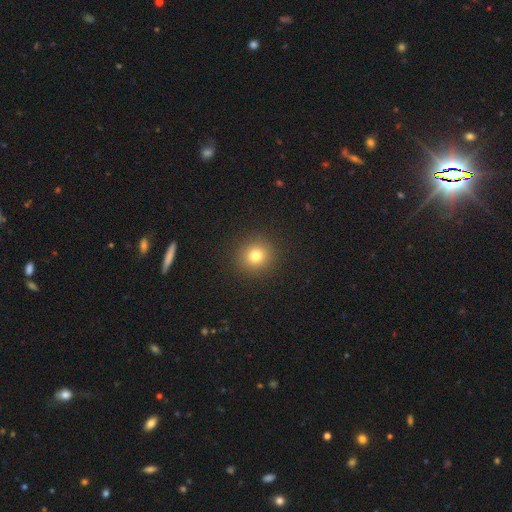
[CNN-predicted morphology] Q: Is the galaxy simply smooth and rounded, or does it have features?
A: smooth — 78%.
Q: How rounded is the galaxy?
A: round — 91%.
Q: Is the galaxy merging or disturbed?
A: none — 91%.